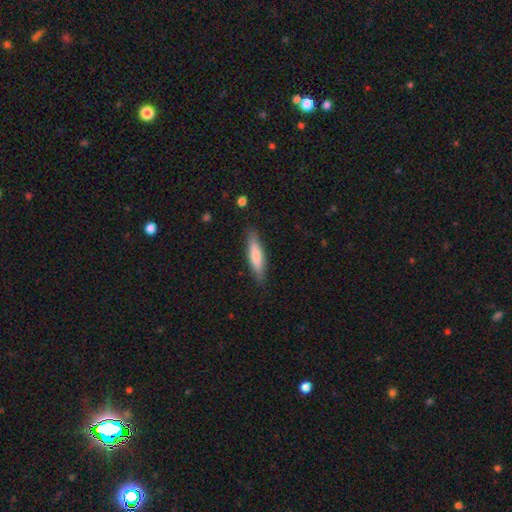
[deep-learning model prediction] Smooth or featured? Predicted: smooth (p=0.65). How rounded? Predicted: cigar-shaped (p=0.80). Merging? Predicted: none (p=0.88).